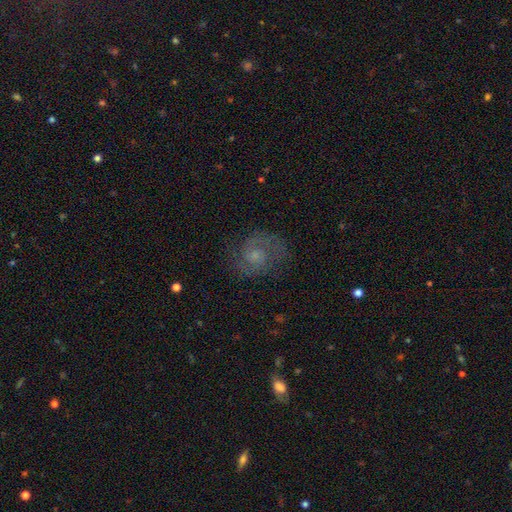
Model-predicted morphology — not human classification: Smooth or featured? Predicted: featured or disk (p=0.75). Edge-on disk? Predicted: no (p=0.98). Bar? Predicted: no (p=0.61). Spiral arms? Predicted: yes (p=0.93). Spiral winding? Predicted: medium (p=0.52). Spiral arm count? Predicted: 2 (p=0.83). Bulge size? Predicted: small (p=0.51). Merging? Predicted: none (p=0.74).